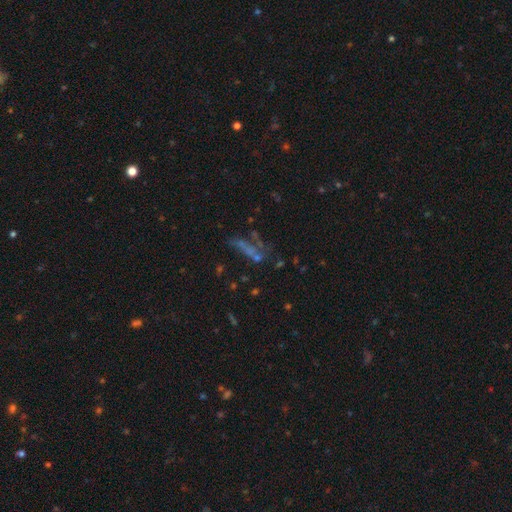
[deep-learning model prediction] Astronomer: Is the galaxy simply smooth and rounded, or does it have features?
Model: featured or disk — 37% (runner-up: smooth, 33%).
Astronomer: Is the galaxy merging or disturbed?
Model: none — 40% (runner-up: major disturbance, 29%).